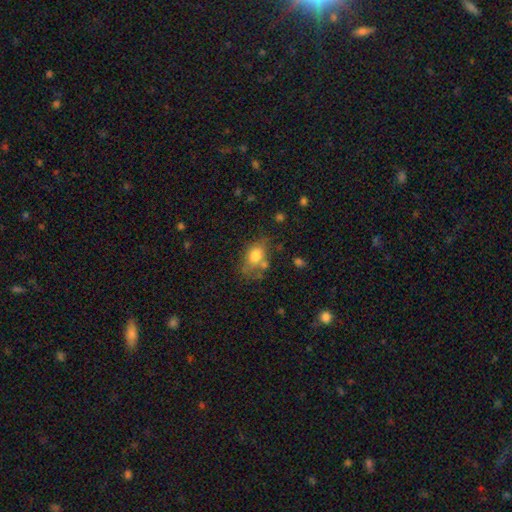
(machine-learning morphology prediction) smooth_or_featured: smooth (p=0.76) [alt: featured or disk p=0.14]
how_rounded: in between (p=0.74) [alt: round p=0.24]
merging: none (p=0.54) [alt: minor disturbance p=0.23]